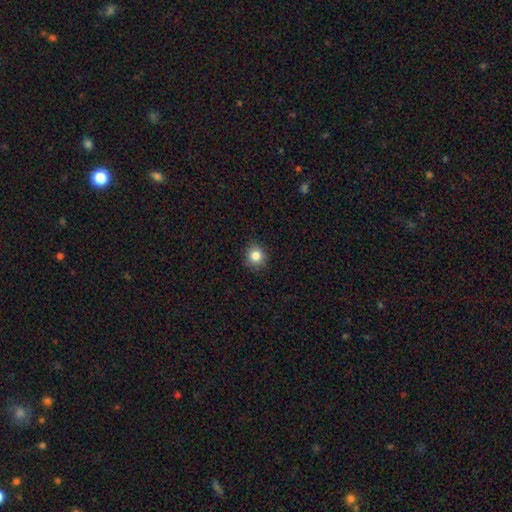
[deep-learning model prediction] smooth_or_featured: smooth (p=0.84) [alt: star or artifact p=0.11]
how_rounded: round (p=0.88) [alt: in between p=0.11]
merging: none (p=0.88) [alt: minor disturbance p=0.09]